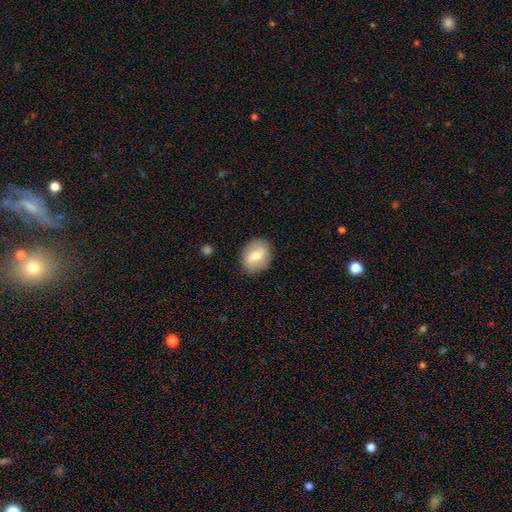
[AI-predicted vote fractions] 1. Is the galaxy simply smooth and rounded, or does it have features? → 62% smooth, 31% featured or disk, 7% star or artifact.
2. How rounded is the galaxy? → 54% in between, 45% round, 1% cigar-shaped.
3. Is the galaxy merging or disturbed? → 85% none, 11% minor disturbance, 3% major disturbance, 1% merger.